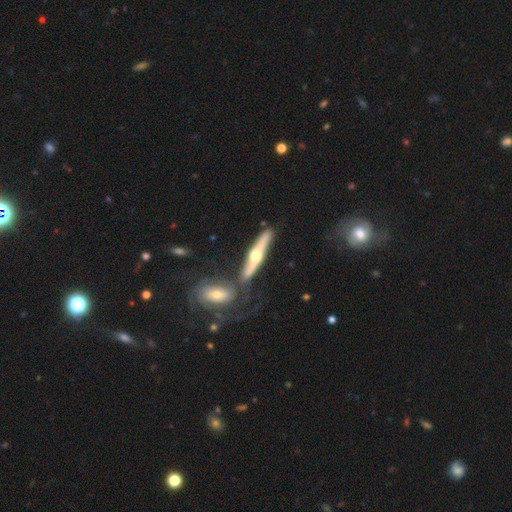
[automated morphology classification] smooth-or-featured: featured or disk: 71% | smooth: 24% | star or artifact: 5%
  disk-edge-on: yes: 91% | no: 9%
    edge-on-bulge: rounded: 92% | none: 4% | boxy: 4%
  merging: none: 65% | merger: 16% | minor disturbance: 14% | major disturbance: 5%